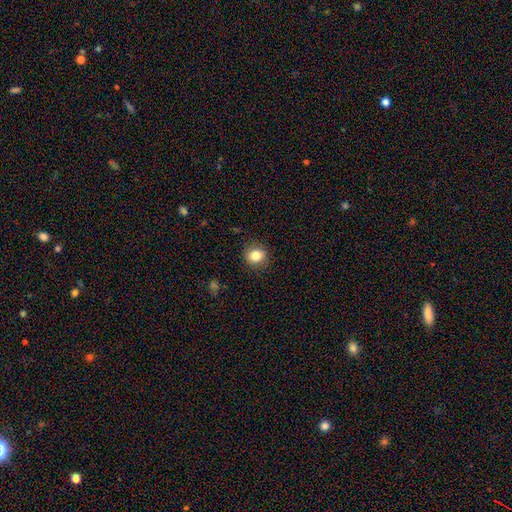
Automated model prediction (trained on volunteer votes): A smooth galaxy with no disk features (83%) that is round (82%). Merging: none (88%).